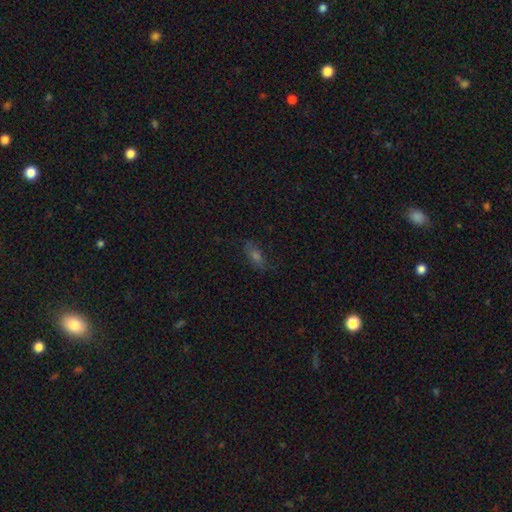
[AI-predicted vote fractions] Overall: smooth (52%; featured or disk 24%). How rounded: in between (64%; cigar-shaped 27%). Merging: none (78%).